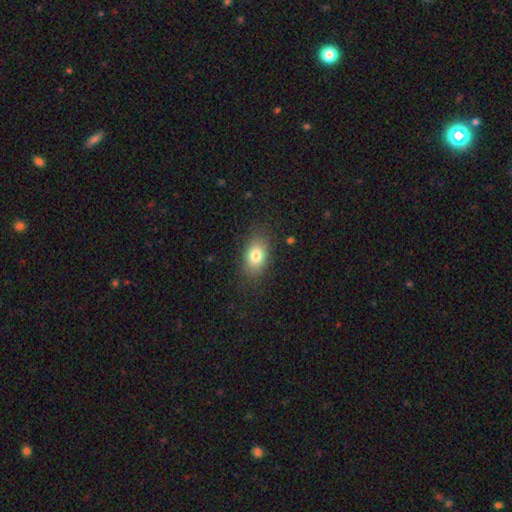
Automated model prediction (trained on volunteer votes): Q: Smooth or featured?
A: smooth (80%); runner-up: featured or disk (11%)
Q: How rounded?
A: in between (84%); runner-up: round (14%)
Q: Merging?
A: none (83%); runner-up: minor disturbance (12%)